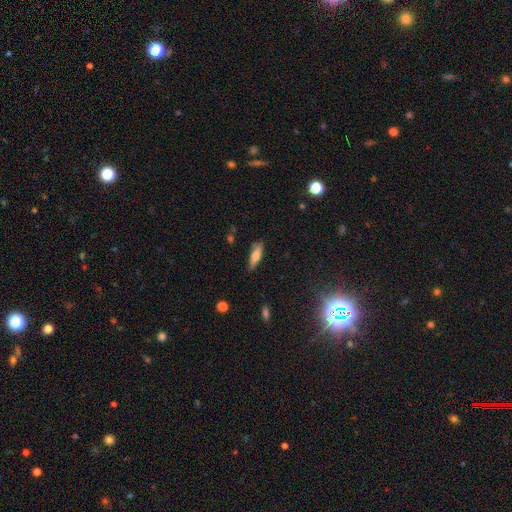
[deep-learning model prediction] smooth_or_featured: smooth (p=0.60) [alt: featured or disk p=0.33]
how_rounded: cigar-shaped (p=0.58) [alt: in between p=0.40]
merging: none (p=0.78) [alt: minor disturbance p=0.17]